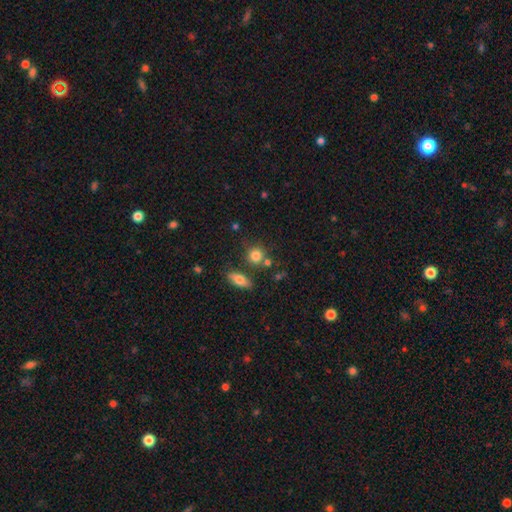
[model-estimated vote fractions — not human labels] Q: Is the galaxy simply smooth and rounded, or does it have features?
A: smooth — 81%.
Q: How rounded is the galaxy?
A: round — 80%.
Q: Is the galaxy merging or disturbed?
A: none — 69%.